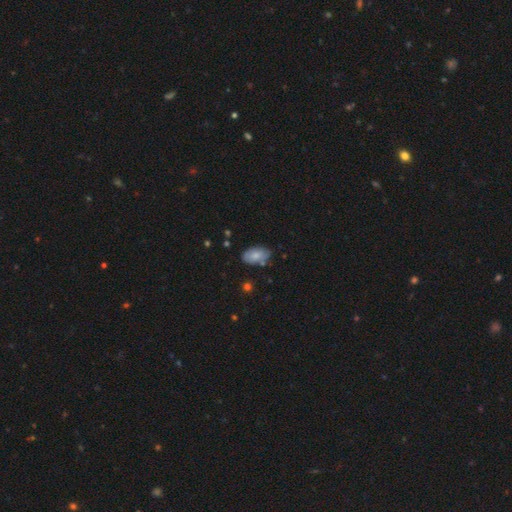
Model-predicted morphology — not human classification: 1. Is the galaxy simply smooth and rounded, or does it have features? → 78% smooth, 15% featured or disk, 7% star or artifact.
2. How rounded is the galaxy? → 93% in between, 5% round, 2% cigar-shaped.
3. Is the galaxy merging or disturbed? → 77% none, 17% minor disturbance, 3% major disturbance, 3% merger.